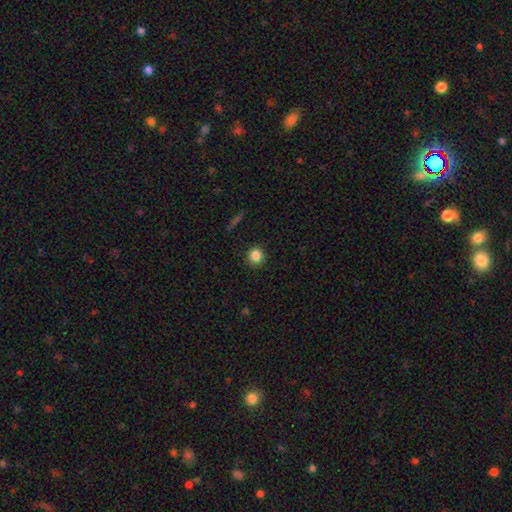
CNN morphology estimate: Smooth or featured?
  - smooth: 85% *
  - star or artifact: 11%
  - featured or disk: 5%
How rounded?
  - round: 88% *
  - in between: 11%
  - cigar-shaped: 1%
Merging?
  - none: 91% *
  - minor disturbance: 6%
  - major disturbance: 2%
  - merger: 1%